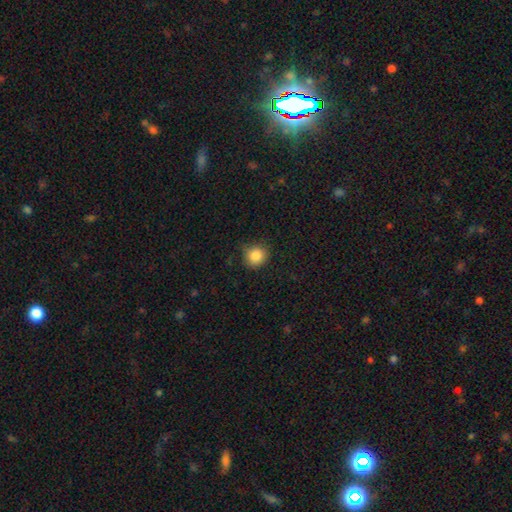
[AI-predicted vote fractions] Overall: smooth (86%). How rounded: round (88%). Merging: none (78%).